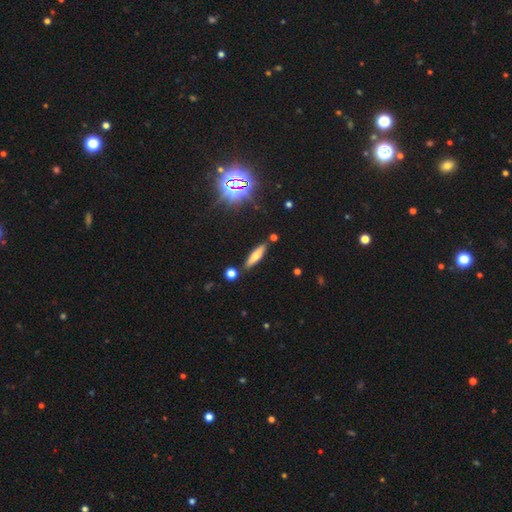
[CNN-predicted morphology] Smooth or featured? smooth (59%)
How rounded? cigar-shaped (73%)
Merging? none (83%)